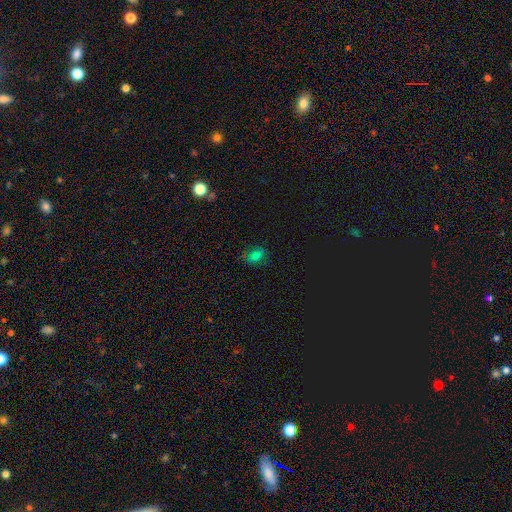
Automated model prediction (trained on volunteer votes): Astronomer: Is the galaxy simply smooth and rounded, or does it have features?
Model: smooth — 69%.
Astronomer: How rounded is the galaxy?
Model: in between — 79%.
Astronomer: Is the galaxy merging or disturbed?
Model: none — 72%.